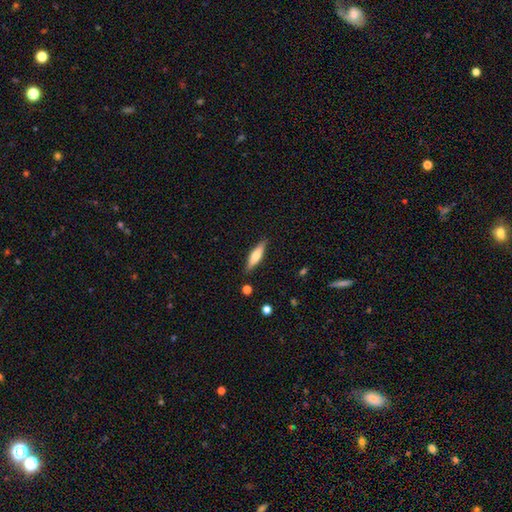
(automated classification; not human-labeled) This is possibly a smooth galaxy (58%). How rounded: likely cigar-shaped (64%). Merging: clearly none (87%).